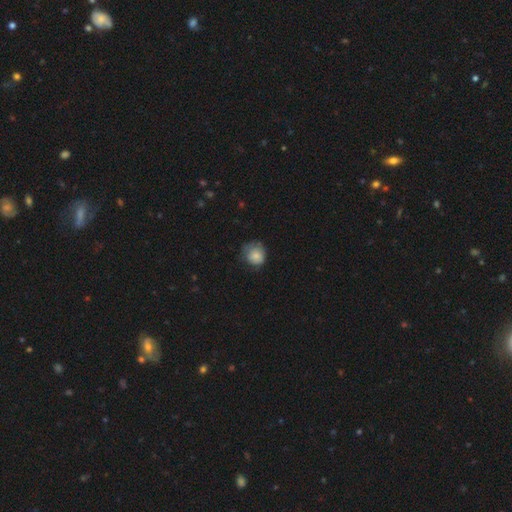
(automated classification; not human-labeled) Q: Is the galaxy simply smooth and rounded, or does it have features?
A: smooth — 76%.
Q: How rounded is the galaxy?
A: round — 80%.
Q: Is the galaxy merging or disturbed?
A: none — 52%.